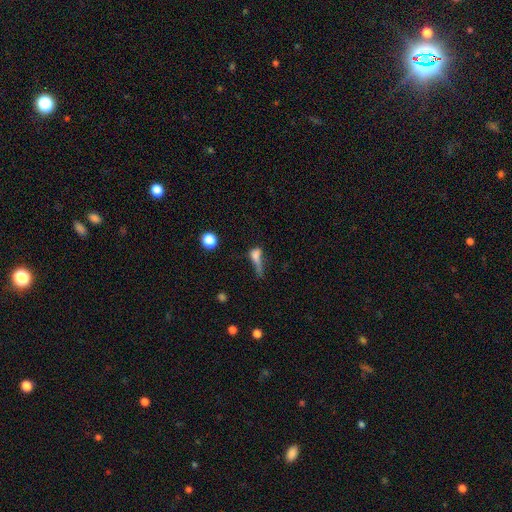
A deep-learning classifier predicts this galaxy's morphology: Smooth or featured: smooth — 61% (featured or disk — 23%)
How rounded: in between — 52% (cigar-shaped — 29%)
Merging: major disturbance — 45% (none — 22%)